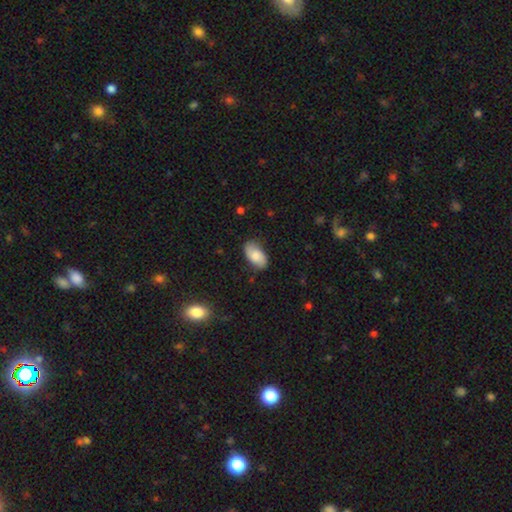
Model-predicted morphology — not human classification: Smooth or featured? smooth (69%)
How rounded? in between (94%)
Merging? none (77%)